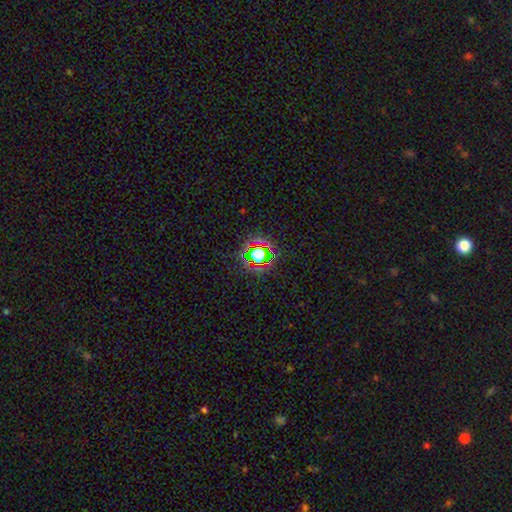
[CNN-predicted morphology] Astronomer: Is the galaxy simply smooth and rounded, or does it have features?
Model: star or artifact — 63%.